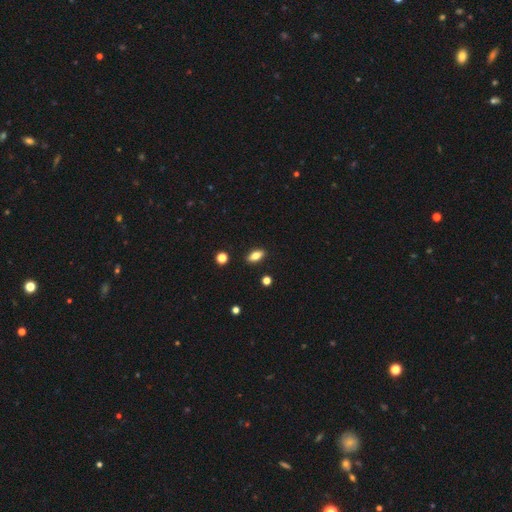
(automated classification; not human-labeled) Q: Smooth or featured?
A: smooth (75%); runner-up: featured or disk (16%)
Q: How rounded?
A: in between (85%); runner-up: cigar-shaped (10%)
Q: Merging?
A: none (89%); runner-up: minor disturbance (8%)